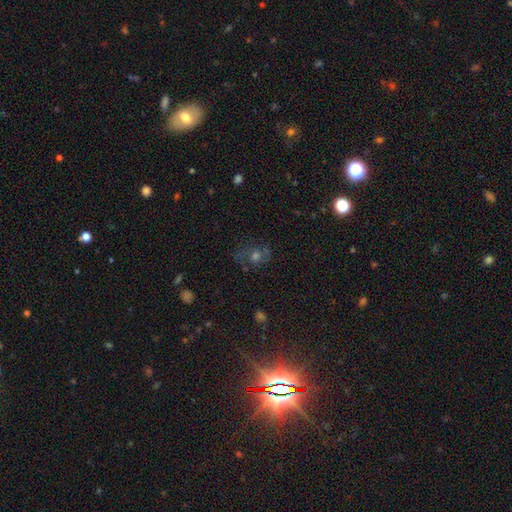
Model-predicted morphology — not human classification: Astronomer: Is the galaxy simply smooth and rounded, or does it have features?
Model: star or artifact — 36% (runner-up: featured or disk, 33%).